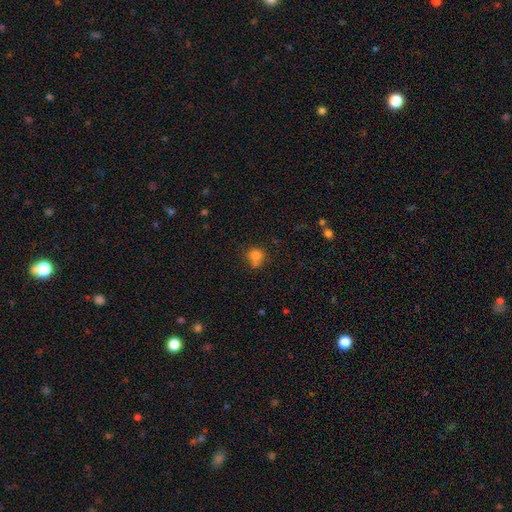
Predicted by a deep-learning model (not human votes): smooth_or_featured: smooth (p=0.78) [alt: star or artifact p=0.13]
how_rounded: round (p=0.82) [alt: in between p=0.17]
merging: none (p=0.54) [alt: merger p=0.26]